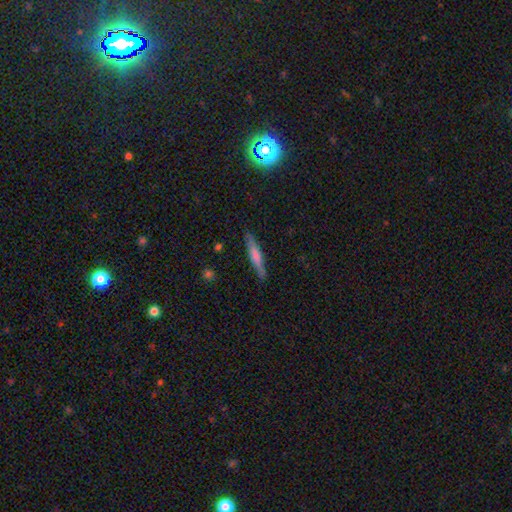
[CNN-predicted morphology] Smooth or featured: smooth — 60% (featured or disk — 34%)
How rounded: cigar-shaped — 92% (in between — 7%)
Merging: none — 87% (minor disturbance — 9%)